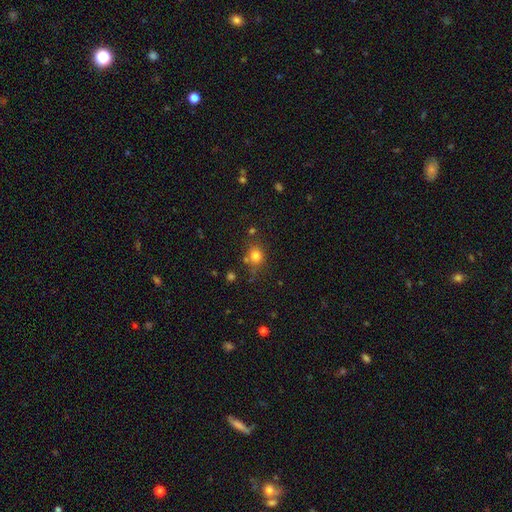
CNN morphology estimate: Smooth or featured? smooth (79%)
How rounded? round (66%)
Merging? none (71%)